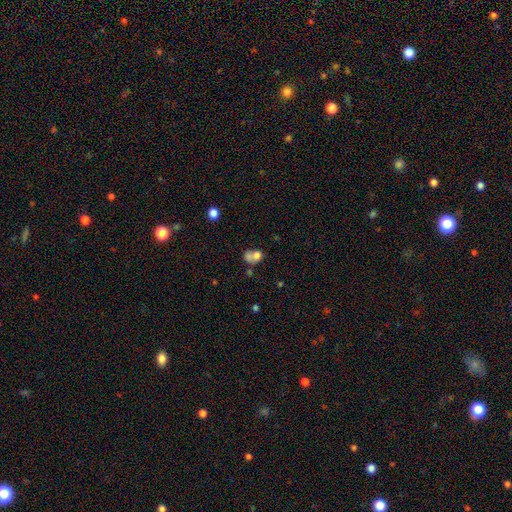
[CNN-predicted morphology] smooth 68%, featured or disk 19%, star or artifact 12%. Down the decision tree: how rounded — in between (52%); merging — merger (53%).